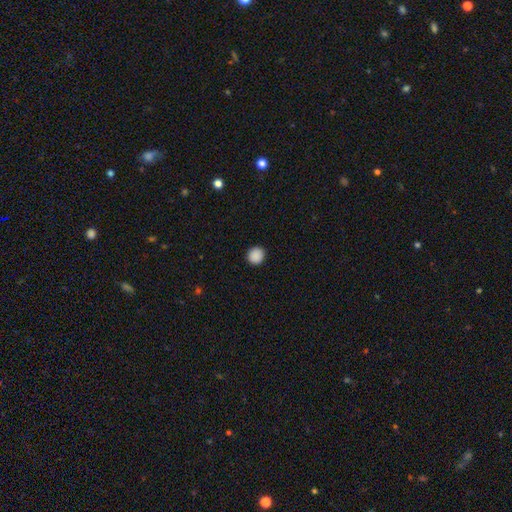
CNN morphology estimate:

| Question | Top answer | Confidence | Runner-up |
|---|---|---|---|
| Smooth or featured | smooth | 89% | star or artifact (9%) |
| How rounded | round | 91% | in between (8%) |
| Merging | none | 92% | minor disturbance (5%) |